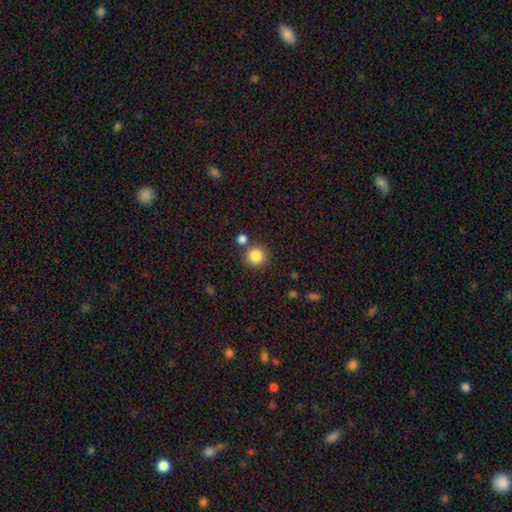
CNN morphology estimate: smooth 85%, star or artifact 10%, featured or disk 4%. Down the decision tree: how rounded — round (94%); merging — none (79%).